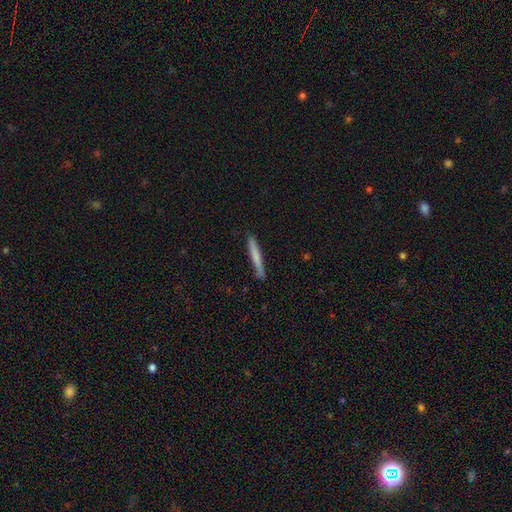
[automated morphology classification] Smooth or featured? smooth (68%)
How rounded? cigar-shaped (96%)
Merging? none (86%)